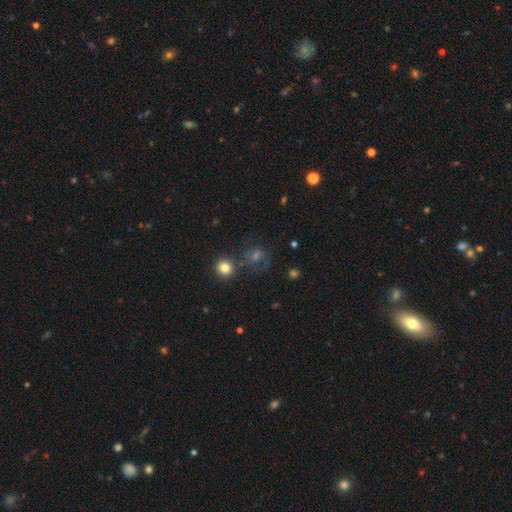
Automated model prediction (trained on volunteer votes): The model was most divided on "smooth or featured": featured or disk: 35%, smooth: 34%, star or artifact: 31%. More confident: merging — none (65%).